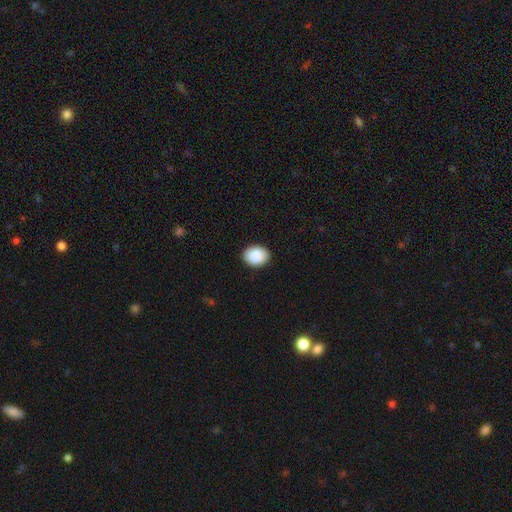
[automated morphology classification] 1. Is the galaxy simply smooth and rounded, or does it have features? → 89% smooth, 7% star or artifact, 4% featured or disk.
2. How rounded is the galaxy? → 57% in between, 42% round, 1% cigar-shaped.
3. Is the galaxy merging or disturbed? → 91% none, 7% minor disturbance, 2% major disturbance, 1% merger.